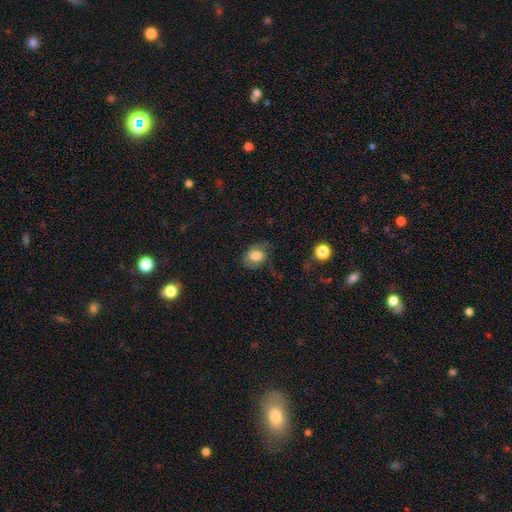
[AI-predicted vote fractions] Smooth or featured? Predicted: smooth (p=0.55). How rounded? Predicted: in between (p=0.68). Merging? Predicted: none (p=0.52).